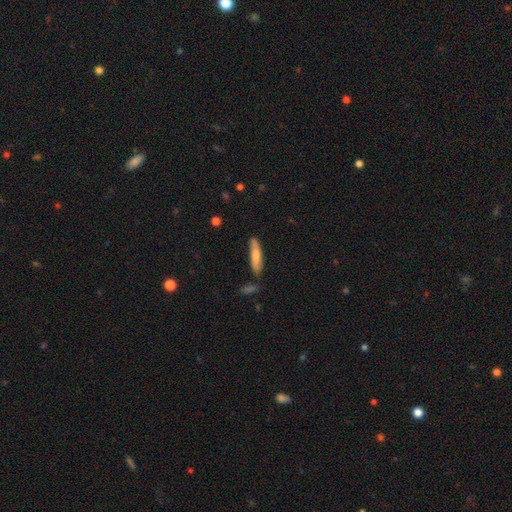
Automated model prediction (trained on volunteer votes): smooth 74%, featured or disk 20%, star or artifact 6%. Down the decision tree: how rounded — cigar-shaped (79%); merging — none (77%).